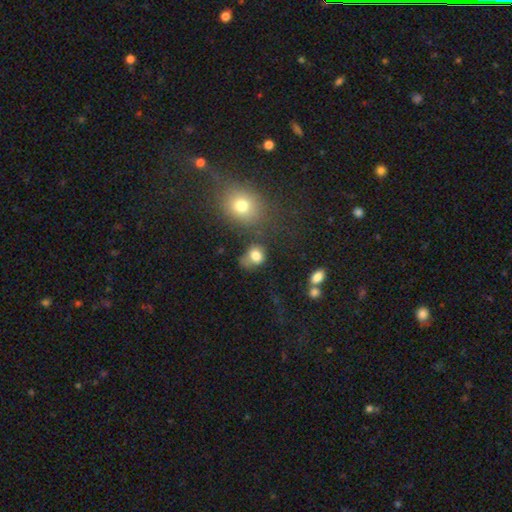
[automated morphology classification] This is likely a smooth galaxy (79%). How rounded: possibly in between (53%). Merging: marginally none (42%).